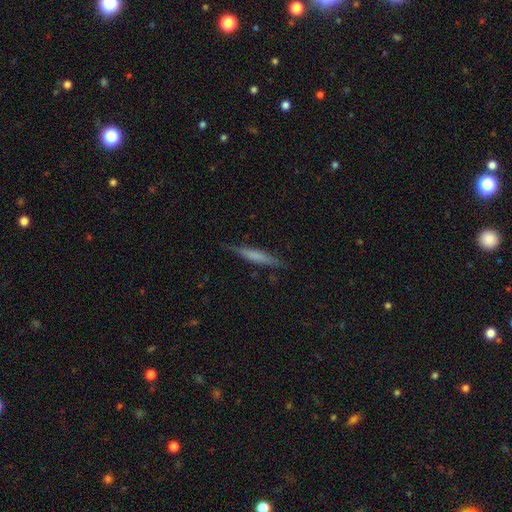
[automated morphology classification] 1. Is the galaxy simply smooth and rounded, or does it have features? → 54% smooth, 40% featured or disk, 6% star or artifact.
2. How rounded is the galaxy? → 94% cigar-shaped, 5% in between, 1% round.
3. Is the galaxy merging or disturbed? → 84% none, 12% minor disturbance, 2% major disturbance, 1% merger.